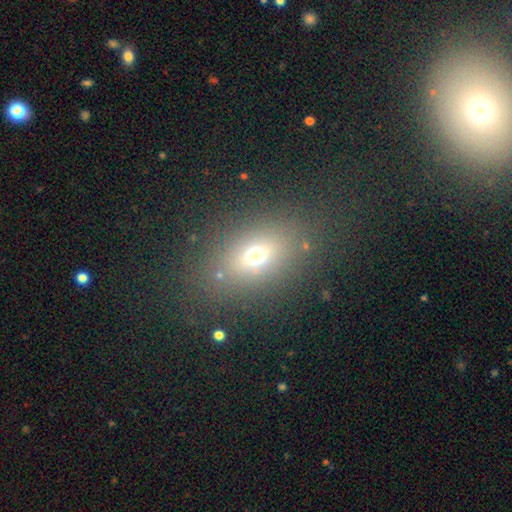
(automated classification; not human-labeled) Smooth or featured: smooth — 66% (star or artifact — 18%)
How rounded: in between — 72% (round — 23%)
Merging: none — 80% (minor disturbance — 11%)